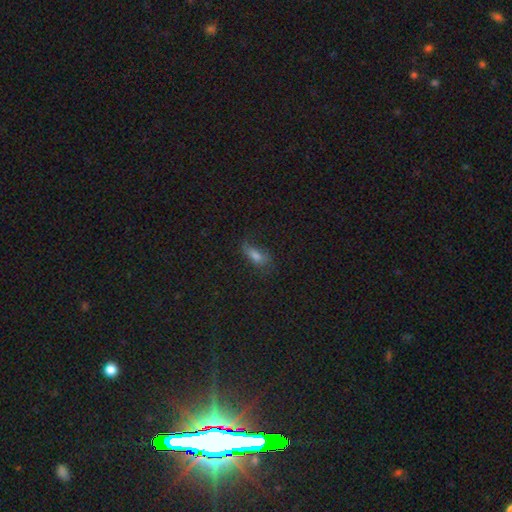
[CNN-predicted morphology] Smooth or featured?
  - smooth: 66% *
  - featured or disk: 19%
  - star or artifact: 15%
How rounded?
  - in between: 71% *
  - cigar-shaped: 24%
  - round: 5%
Merging?
  - none: 60% *
  - minor disturbance: 26%
  - major disturbance: 12%
  - merger: 2%